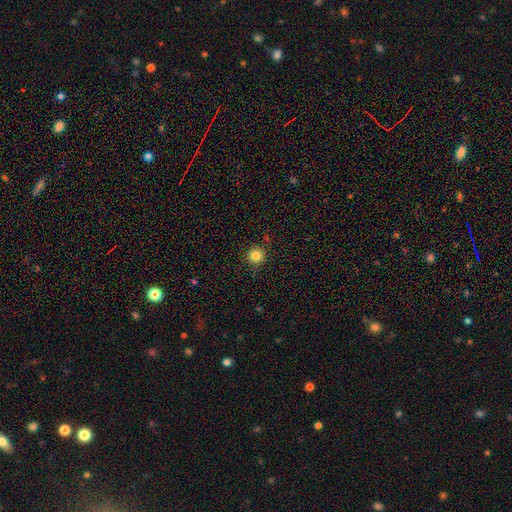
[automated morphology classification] Smooth or featured: smooth — 81% (star or artifact — 13%)
How rounded: round — 95% (in between — 4%)
Merging: none — 86% (minor disturbance — 10%)